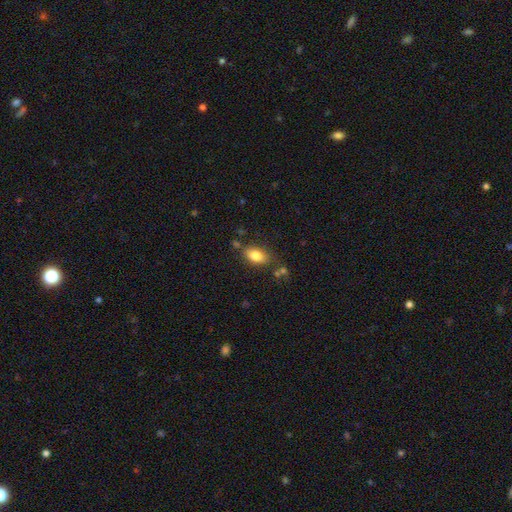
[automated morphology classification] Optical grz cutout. It shows a smooth galaxy with no disk features (81%) that is in between round and cigar-shaped (87%). Merging: none (75%).